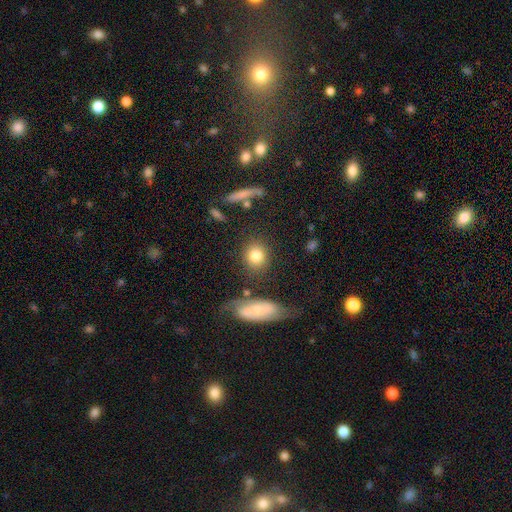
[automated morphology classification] The model was most divided on "how rounded": round: 75%, in between: 23%, cigar-shaped: 2%. More confident: smooth or featured — smooth (81%); merging — none (77%).